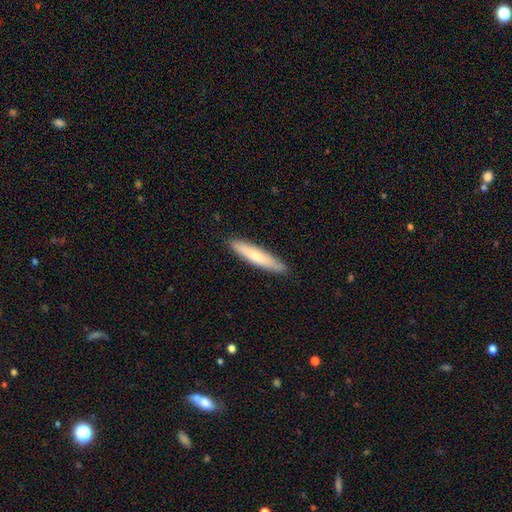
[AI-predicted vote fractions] Q: Smooth or featured?
A: smooth (71%); runner-up: featured or disk (24%)
Q: How rounded?
A: cigar-shaped (88%); runner-up: in between (11%)
Q: Merging?
A: none (89%); runner-up: minor disturbance (8%)